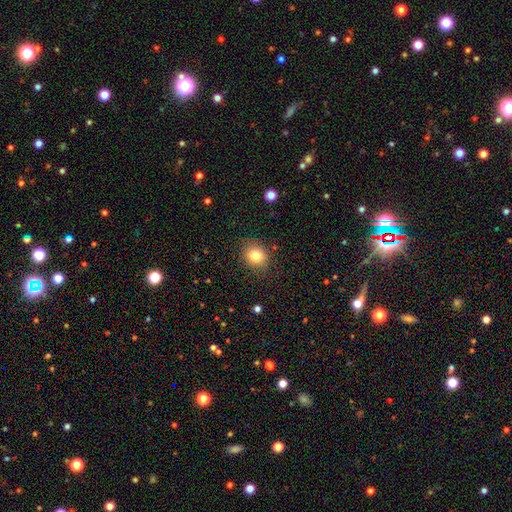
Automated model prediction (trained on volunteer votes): Q: Smooth or featured?
A: smooth (82%); runner-up: star or artifact (11%)
Q: How rounded?
A: round (69%); runner-up: in between (31%)
Q: Merging?
A: none (86%); runner-up: minor disturbance (10%)